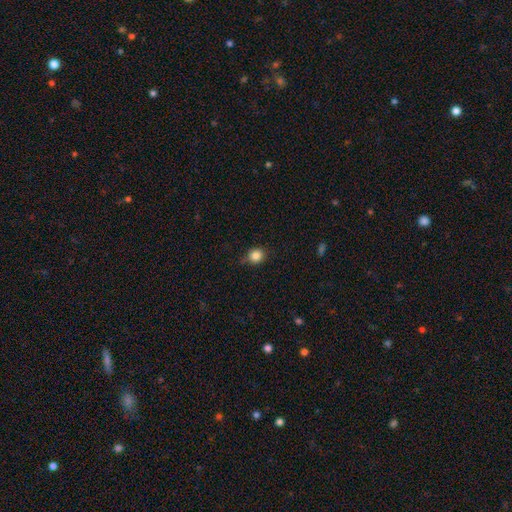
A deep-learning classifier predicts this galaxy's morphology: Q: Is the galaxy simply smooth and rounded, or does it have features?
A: smooth — 84%.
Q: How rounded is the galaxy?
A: round — 83%.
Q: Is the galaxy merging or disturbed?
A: none — 72%.